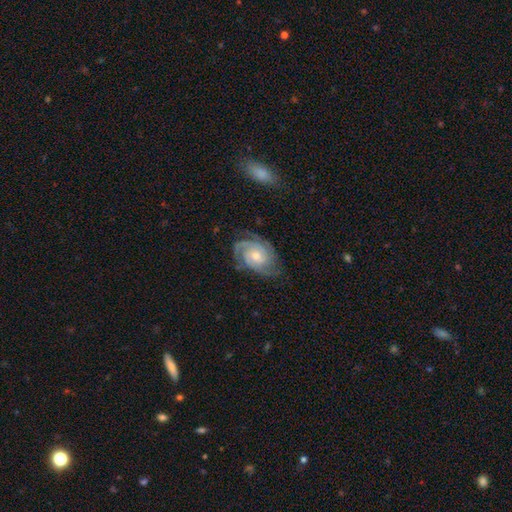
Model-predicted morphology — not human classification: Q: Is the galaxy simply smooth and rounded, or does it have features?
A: featured or disk — 85%.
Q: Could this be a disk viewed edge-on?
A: no — 97%.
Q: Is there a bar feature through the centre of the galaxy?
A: no — 73%.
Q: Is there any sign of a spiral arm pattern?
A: yes — 97%.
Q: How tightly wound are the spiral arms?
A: tight — 63%.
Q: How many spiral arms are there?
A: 3 — 33%.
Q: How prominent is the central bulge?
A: moderate — 55%.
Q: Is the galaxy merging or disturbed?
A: none — 72%.